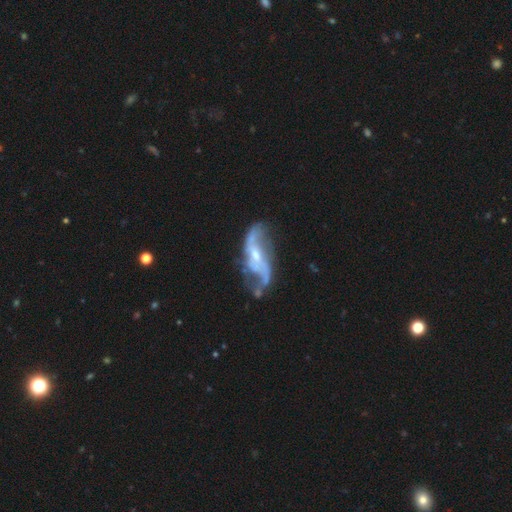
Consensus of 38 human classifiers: This is clearly a featured or disk galaxy (92%). It is clearly not viewed edge-on (91%). Bar: possibly weak (47%). Spiral arm pattern: clearly yes (94%). Spiral arm count: clearly 2 (90%). Spiral winding: clearly loose (83%). Central bulge: possibly small (56%). Merging: likely none (75%).